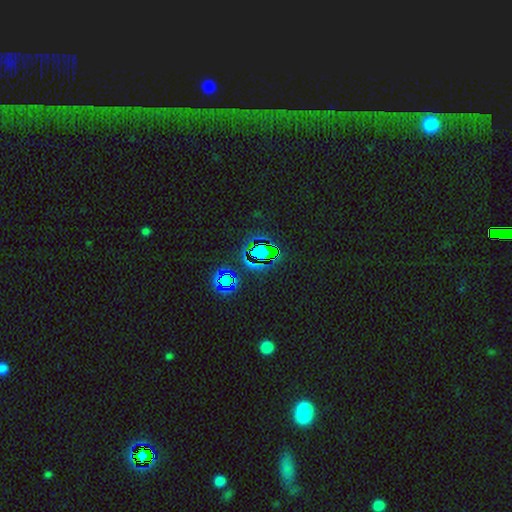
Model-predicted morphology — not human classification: A star or artifact, not a galaxy (75%).